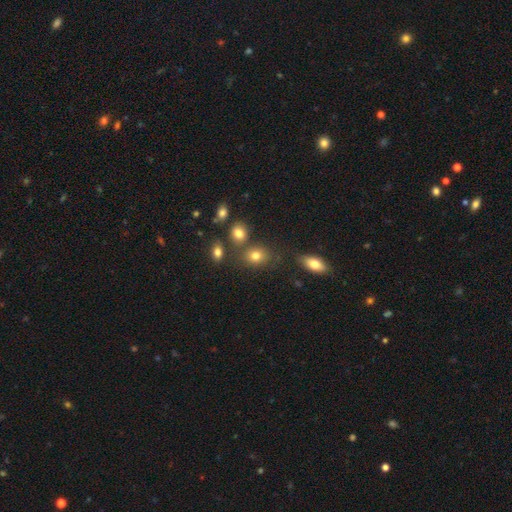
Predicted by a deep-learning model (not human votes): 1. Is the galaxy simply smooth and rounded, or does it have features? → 79% smooth, 12% star or artifact, 9% featured or disk.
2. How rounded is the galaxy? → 51% in between, 48% round, 1% cigar-shaped.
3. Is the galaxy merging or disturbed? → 69% none, 13% merger, 13% minor disturbance, 5% major disturbance.